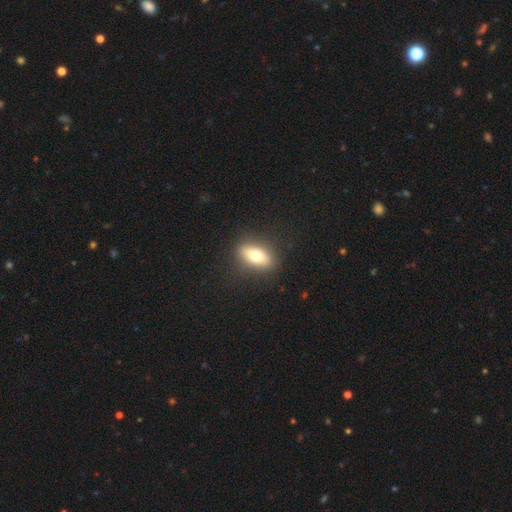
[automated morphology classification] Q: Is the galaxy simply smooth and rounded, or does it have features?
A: smooth — 73%.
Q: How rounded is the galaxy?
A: in between — 79%.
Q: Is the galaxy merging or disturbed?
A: none — 86%.